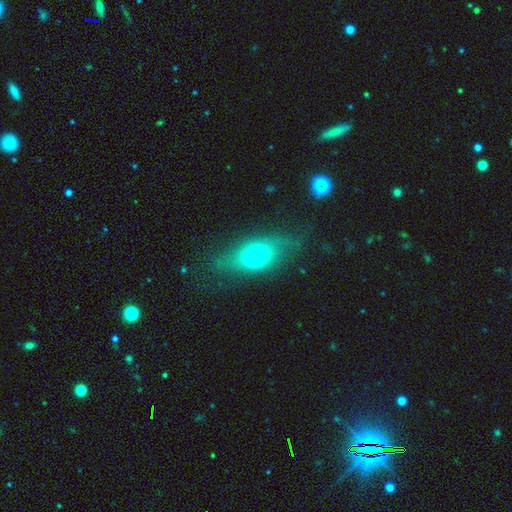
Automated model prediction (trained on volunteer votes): The model was most divided on "smooth or featured": smooth: 54%, featured or disk: 35%, star or artifact: 11%. More confident: how rounded — in between (68%); merging — none (63%).